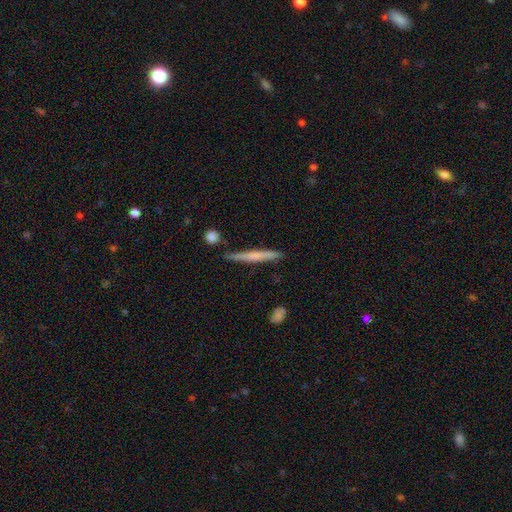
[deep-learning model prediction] smooth 48%, featured or disk 46%, star or artifact 6%. Down the decision tree: merging — none (85%).